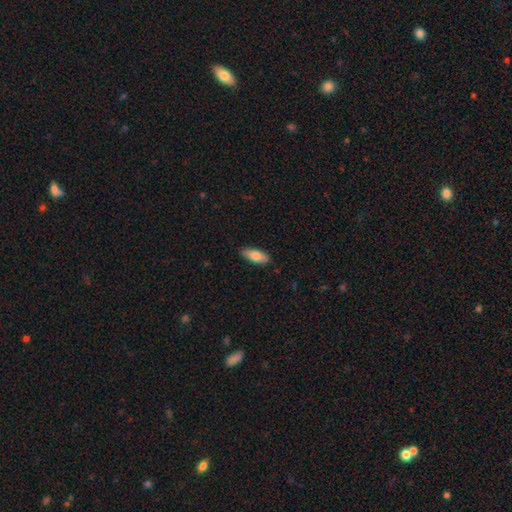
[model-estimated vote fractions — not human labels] This is likely a smooth galaxy (80%). How rounded: likely in between (78%). Merging: clearly none (86%).